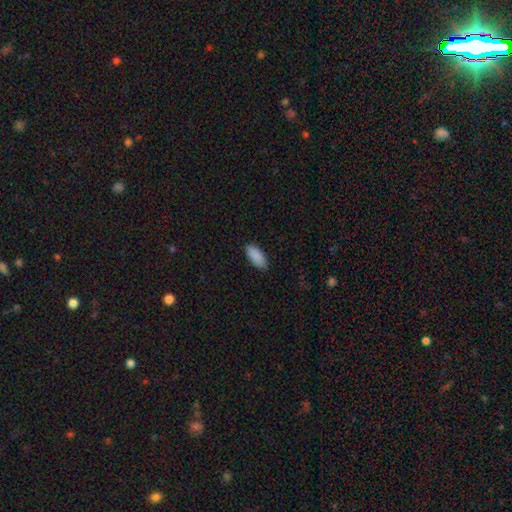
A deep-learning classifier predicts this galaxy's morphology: smooth_or_featured: smooth (p=0.91) [alt: star or artifact p=0.06]
how_rounded: in between (p=0.87) [alt: cigar-shaped p=0.12]
merging: none (p=0.88) [alt: minor disturbance p=0.09]